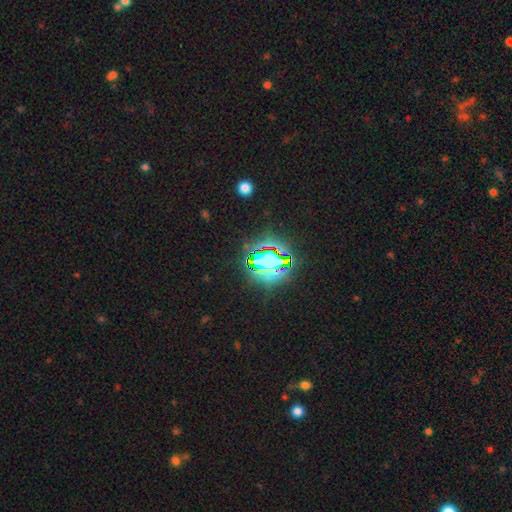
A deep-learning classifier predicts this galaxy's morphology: Overall: star or artifact (82%).